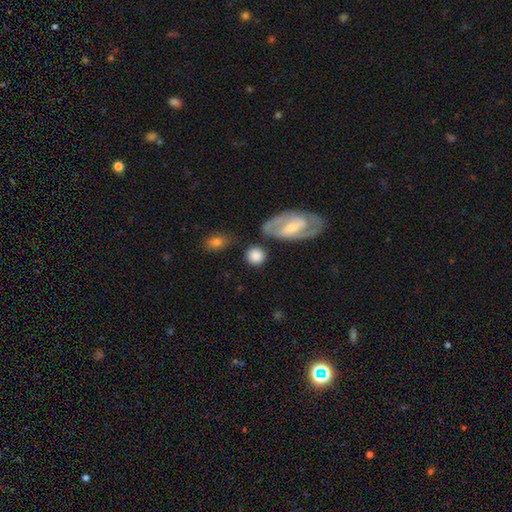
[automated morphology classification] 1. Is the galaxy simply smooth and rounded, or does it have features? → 79% smooth, 15% featured or disk, 7% star or artifact.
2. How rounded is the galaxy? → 85% round, 14% in between, 2% cigar-shaped.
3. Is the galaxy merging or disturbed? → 74% none, 12% minor disturbance, 9% merger, 5% major disturbance.